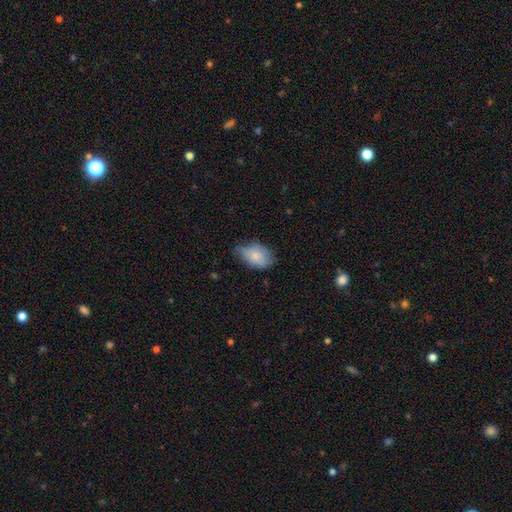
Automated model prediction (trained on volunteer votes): Q: Smooth or featured?
A: smooth (78%); runner-up: featured or disk (15%)
Q: How rounded?
A: in between (90%); runner-up: round (9%)
Q: Merging?
A: none (59%); runner-up: minor disturbance (33%)